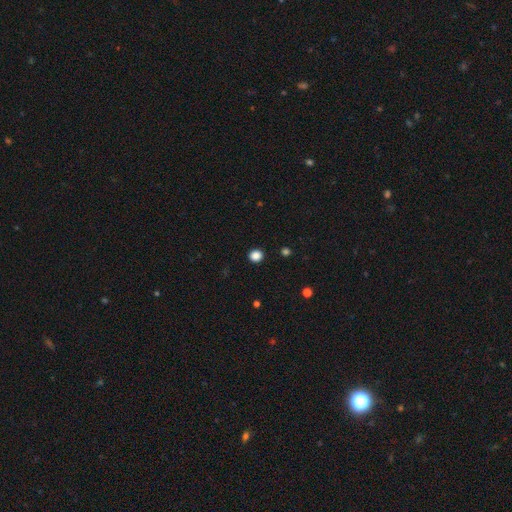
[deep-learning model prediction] smooth-or-featured: smooth: 86% | star or artifact: 11% | featured or disk: 3%
  how-rounded: round: 87% | in between: 12% | cigar-shaped: 1%
  merging: none: 93% | minor disturbance: 5% | major disturbance: 2% | merger: 1%